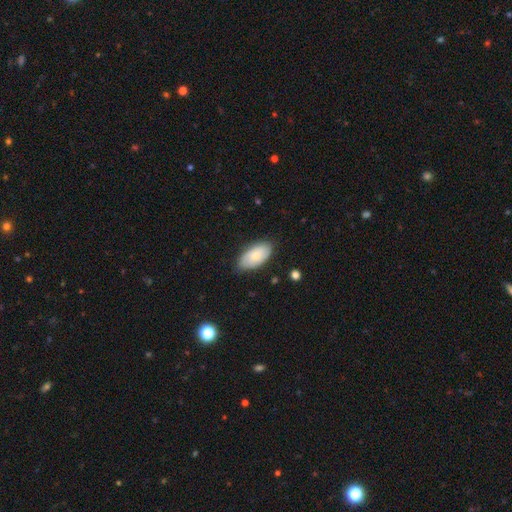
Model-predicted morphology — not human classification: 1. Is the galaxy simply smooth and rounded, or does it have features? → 64% smooth, 30% featured or disk, 6% star or artifact.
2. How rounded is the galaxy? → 94% in between, 3% round, 3% cigar-shaped.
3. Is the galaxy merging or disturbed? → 79% none, 17% minor disturbance, 3% major disturbance, 1% merger.